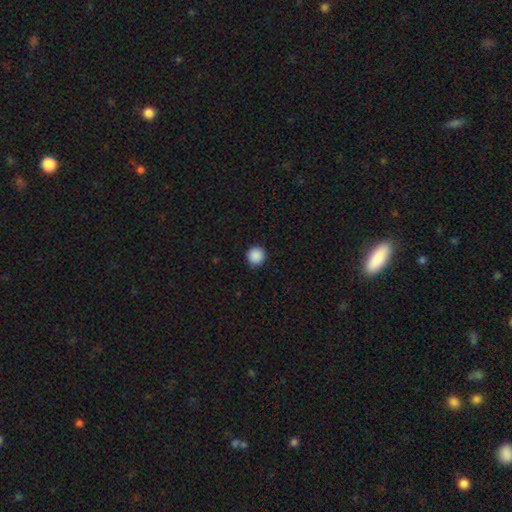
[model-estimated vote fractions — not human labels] Smooth or featured: smooth — 89% (star or artifact — 9%)
How rounded: round — 95% (in between — 4%)
Merging: none — 92% (minor disturbance — 5%)